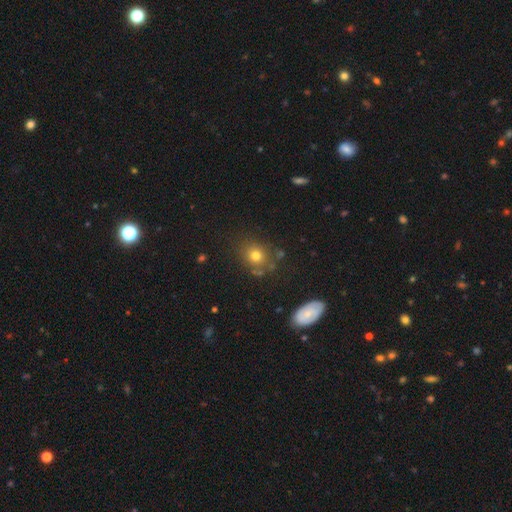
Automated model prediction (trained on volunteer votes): smooth-or-featured: smooth: 73% | star or artifact: 15% | featured or disk: 12%
  how-rounded: round: 73% | in between: 26% | cigar-shaped: 1%
  merging: none: 75% | minor disturbance: 14% | merger: 6% | major disturbance: 5%